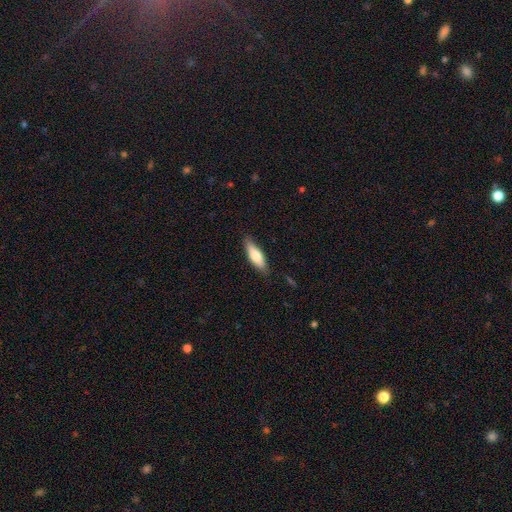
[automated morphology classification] smooth_or_featured: smooth (p=0.72) [alt: featured or disk p=0.22]
how_rounded: in between (p=0.55) [alt: cigar-shaped p=0.43]
merging: none (p=0.82) [alt: minor disturbance p=0.14]